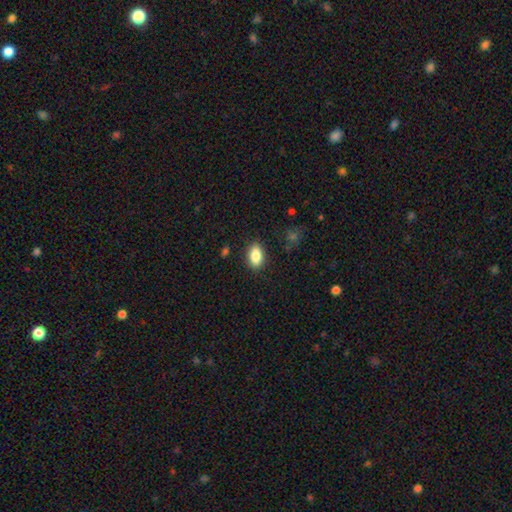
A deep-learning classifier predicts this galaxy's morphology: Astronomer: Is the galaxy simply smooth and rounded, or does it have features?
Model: smooth — 86%.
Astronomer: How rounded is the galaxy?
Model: in between — 90%.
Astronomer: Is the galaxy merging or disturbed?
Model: none — 87%.